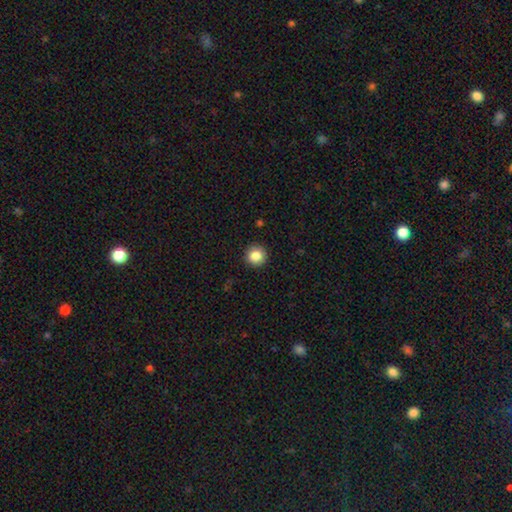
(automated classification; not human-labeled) Morphology: type=smooth (85%); roundness=round (95%); merging=none (93%).